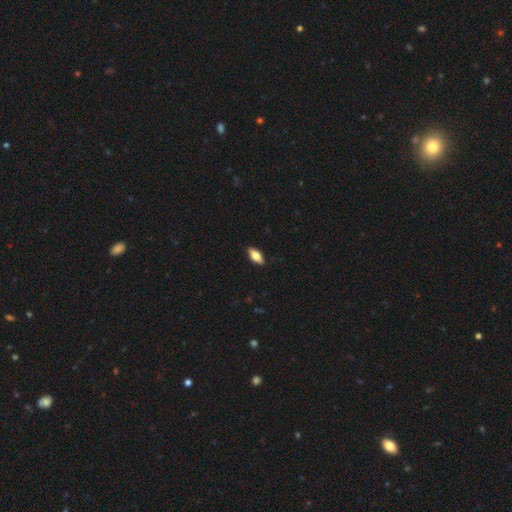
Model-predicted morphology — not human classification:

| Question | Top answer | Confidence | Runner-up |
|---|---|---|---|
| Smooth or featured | smooth | 65% | featured or disk (28%) |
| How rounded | in between | 82% | cigar-shaped (15%) |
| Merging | none | 89% | minor disturbance (8%) |